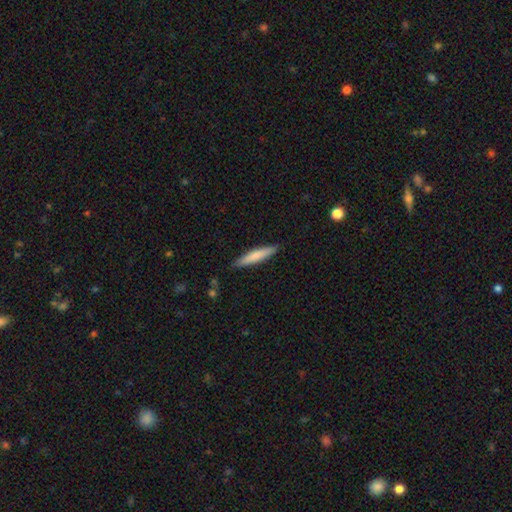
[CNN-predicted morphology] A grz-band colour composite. It shows a smooth galaxy with no disk features (75%) that is cigar-shaped (90%). Merging: none (89%).